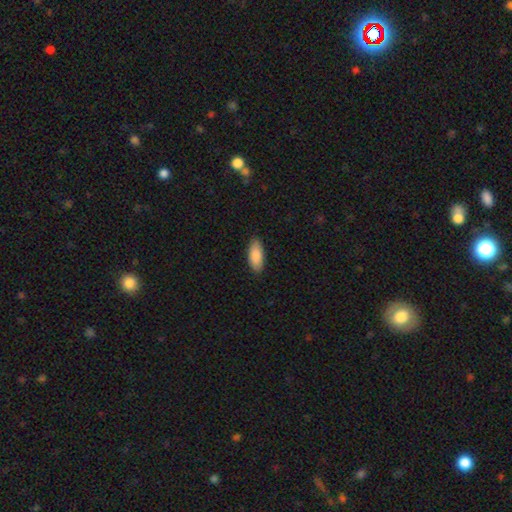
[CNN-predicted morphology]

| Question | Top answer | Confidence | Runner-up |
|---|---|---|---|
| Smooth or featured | smooth | 88% | featured or disk (7%) |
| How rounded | in between | 87% | cigar-shaped (11%) |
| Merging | none | 88% | minor disturbance (9%) |